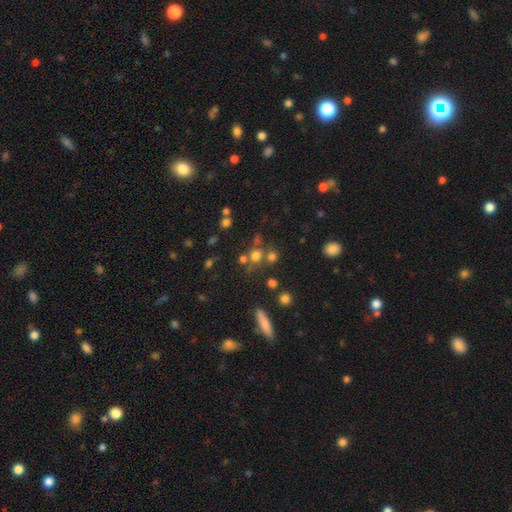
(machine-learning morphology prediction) smooth 66%, star or artifact 23%, featured or disk 11%. Down the decision tree: how rounded — round (83%); merging — none (59%).